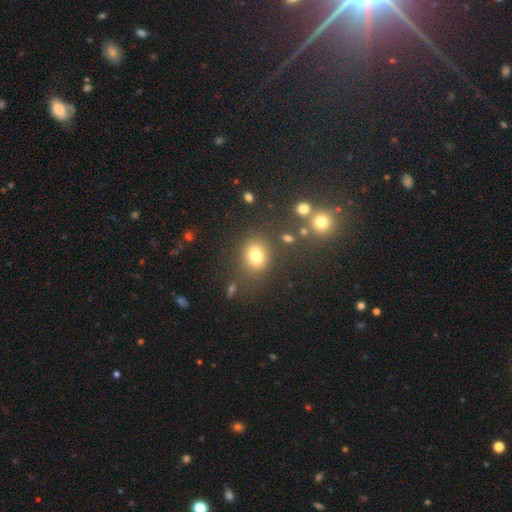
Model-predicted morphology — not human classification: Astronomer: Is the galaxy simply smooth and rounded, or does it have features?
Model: smooth — 78%.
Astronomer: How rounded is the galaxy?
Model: round — 58% (runner-up: in between, 41%).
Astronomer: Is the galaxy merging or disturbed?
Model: none — 77%.